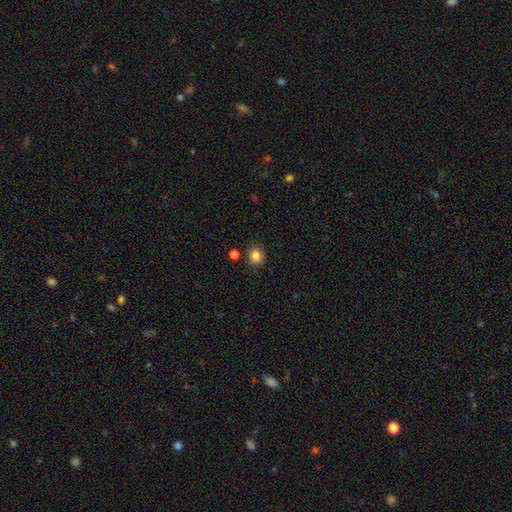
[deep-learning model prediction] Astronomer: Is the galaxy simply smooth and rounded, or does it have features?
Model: smooth — 84%.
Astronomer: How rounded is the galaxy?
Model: round — 79%.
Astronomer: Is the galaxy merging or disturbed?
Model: none — 86%.